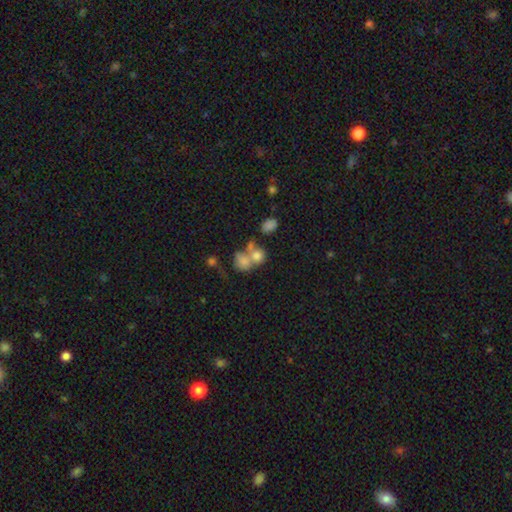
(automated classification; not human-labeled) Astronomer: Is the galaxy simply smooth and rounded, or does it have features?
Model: smooth — 71%.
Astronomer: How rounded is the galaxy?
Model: round — 65%.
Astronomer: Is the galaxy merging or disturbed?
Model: merger — 56%.